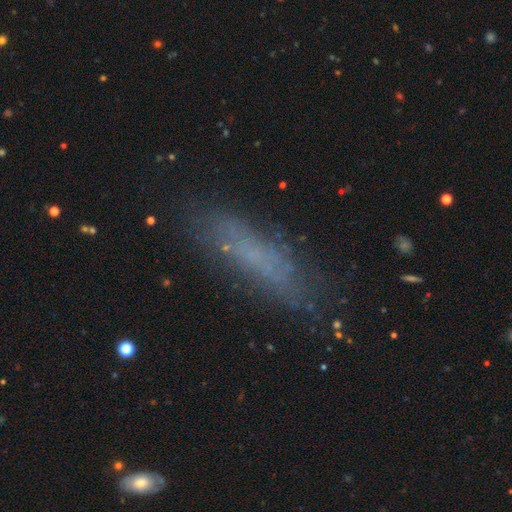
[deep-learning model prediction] A smooth galaxy with no disk features (54%) that is cigar-shaped (71%). Merging: none (74%).